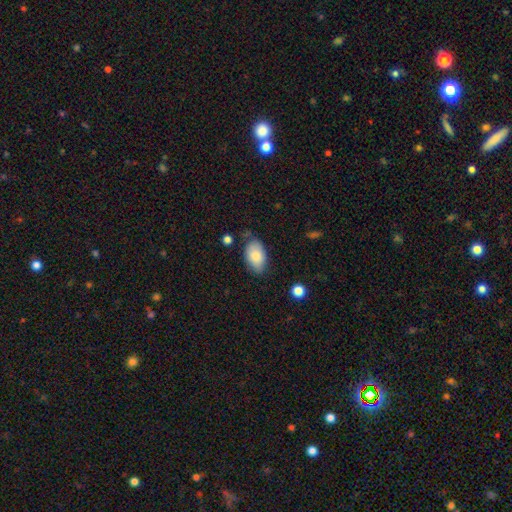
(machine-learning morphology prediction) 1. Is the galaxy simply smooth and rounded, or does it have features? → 82% smooth, 11% featured or disk, 7% star or artifact.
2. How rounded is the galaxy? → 93% in between, 6% round, 1% cigar-shaped.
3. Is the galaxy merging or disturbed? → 67% none, 24% minor disturbance, 5% major disturbance, 3% merger.